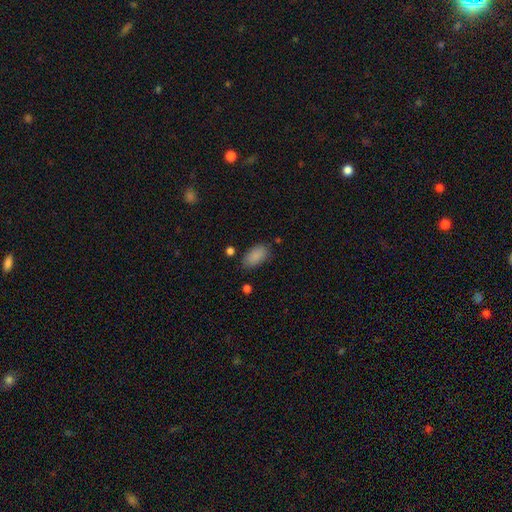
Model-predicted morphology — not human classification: smooth 87%, star or artifact 7%, featured or disk 5%. Down the decision tree: how rounded — in between (93%); merging — none (78%).